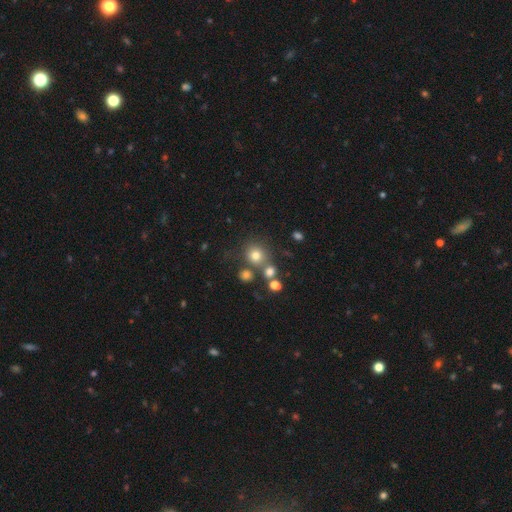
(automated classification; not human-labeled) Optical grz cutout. It shows a smooth galaxy with no disk features (74%) that is round (87%). Merging: none (67%).